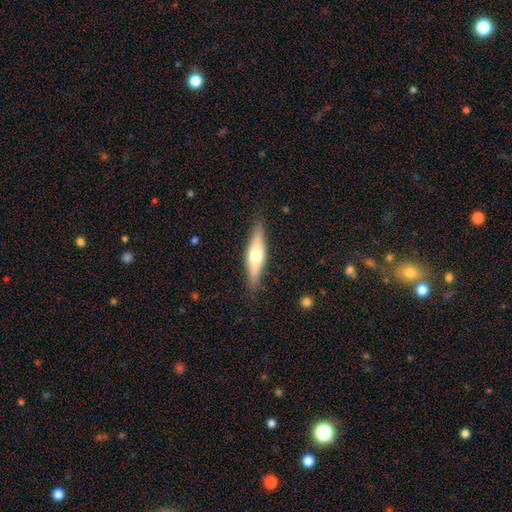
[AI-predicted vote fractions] A smooth galaxy with no disk features (49%). Merging: none (85%).